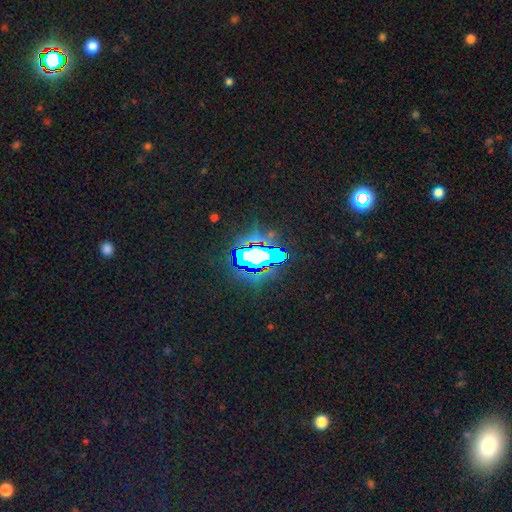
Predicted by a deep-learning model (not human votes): Overall: star or artifact (68%).